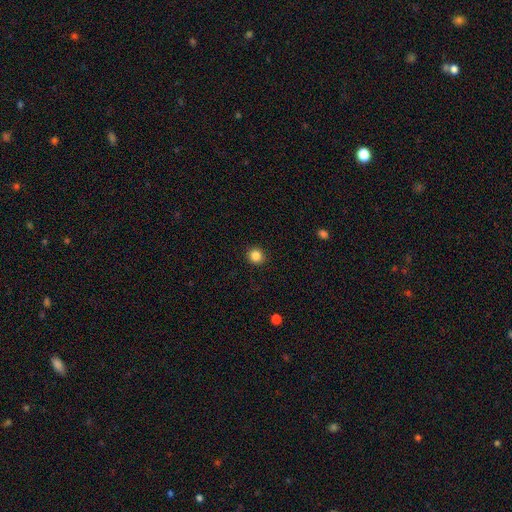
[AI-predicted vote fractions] Smooth or featured?
  - smooth: 86% *
  - star or artifact: 11%
  - featured or disk: 4%
How rounded?
  - round: 91% *
  - in between: 8%
  - cigar-shaped: 1%
Merging?
  - none: 91% *
  - minor disturbance: 6%
  - major disturbance: 2%
  - merger: 1%